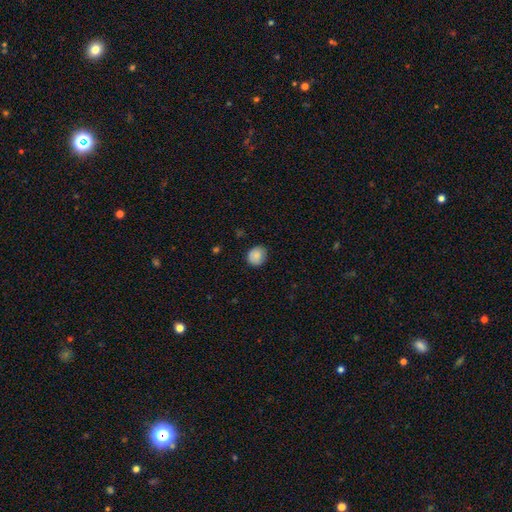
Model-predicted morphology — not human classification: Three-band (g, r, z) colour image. It shows a smooth galaxy with no disk features (86%) that is round (76%). Merging: none (80%).